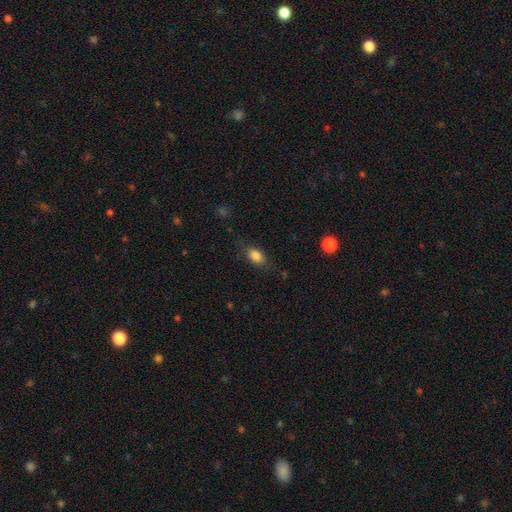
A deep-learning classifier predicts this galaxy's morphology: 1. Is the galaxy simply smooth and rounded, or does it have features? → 83% smooth, 9% star or artifact, 8% featured or disk.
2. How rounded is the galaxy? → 85% in between, 10% round, 5% cigar-shaped.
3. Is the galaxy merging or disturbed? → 76% none, 17% minor disturbance, 6% major disturbance, 1% merger.